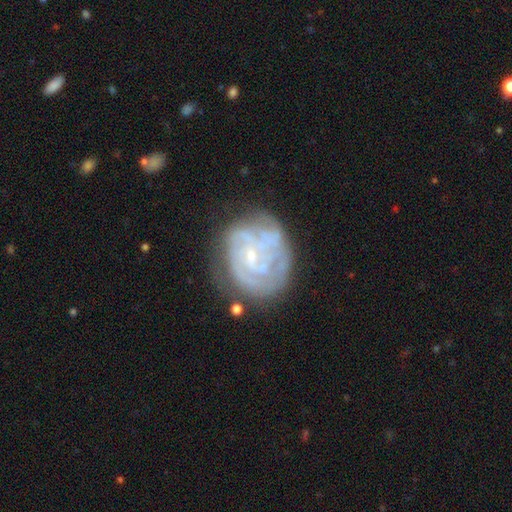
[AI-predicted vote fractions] This appears to be a featured or disk galaxy (78%) with no bar (61%), tight (68%) spiral arms (85%) and a small central bulge (77%). Merging: none (65%).